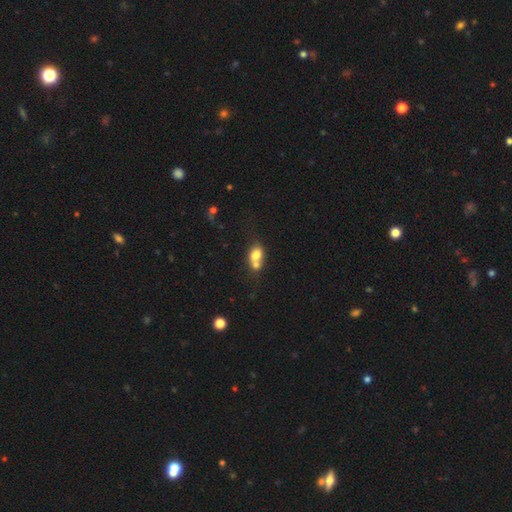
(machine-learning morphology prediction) type=smooth (72%); roundness=in between (61%); merging=merger (61%).